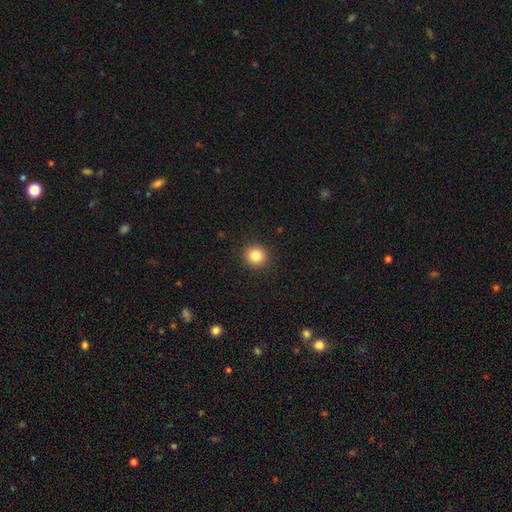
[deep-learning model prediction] Smooth or featured? smooth (84%)
How rounded? round (90%)
Merging? none (92%)